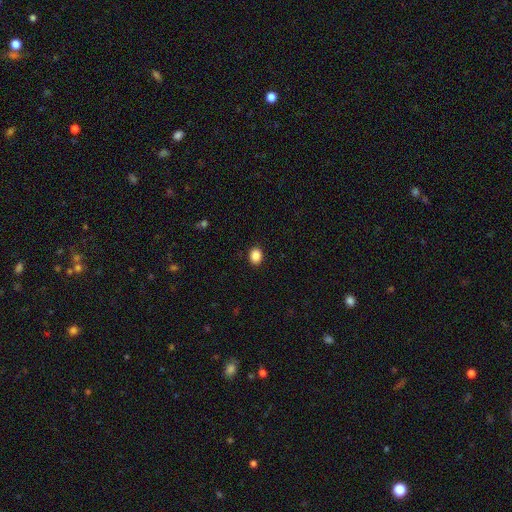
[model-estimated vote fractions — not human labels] This is clearly a smooth galaxy (88%). How rounded: possibly round (50%). Merging: clearly none (91%).